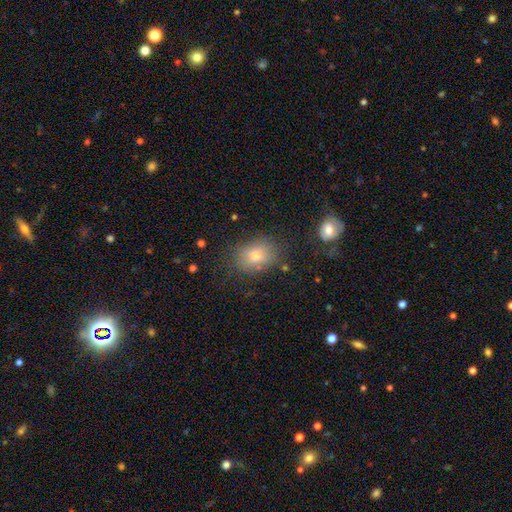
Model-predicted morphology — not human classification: Smooth or featured? smooth (75%)
How rounded? in between (64%)
Merging? none (77%)